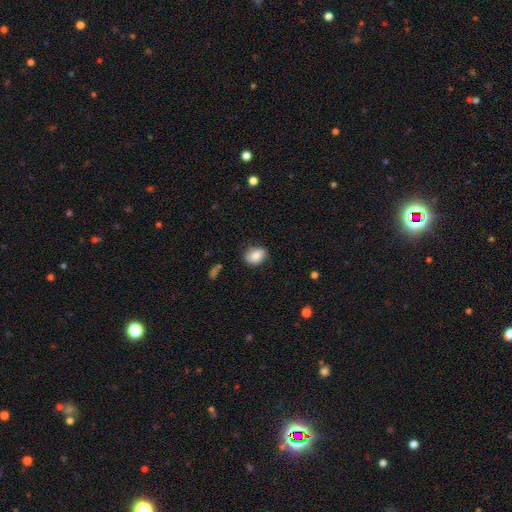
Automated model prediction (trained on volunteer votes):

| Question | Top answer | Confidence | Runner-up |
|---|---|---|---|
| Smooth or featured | smooth | 75% | featured or disk (17%) |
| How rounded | in between | 63% | round (36%) |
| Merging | none | 73% | minor disturbance (21%) |